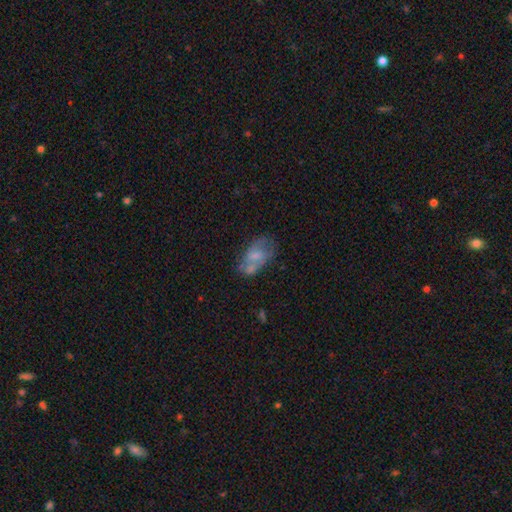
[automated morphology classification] Overall: smooth (48%; featured or disk 44%). Merging: none (44%; minor disturbance 27%).